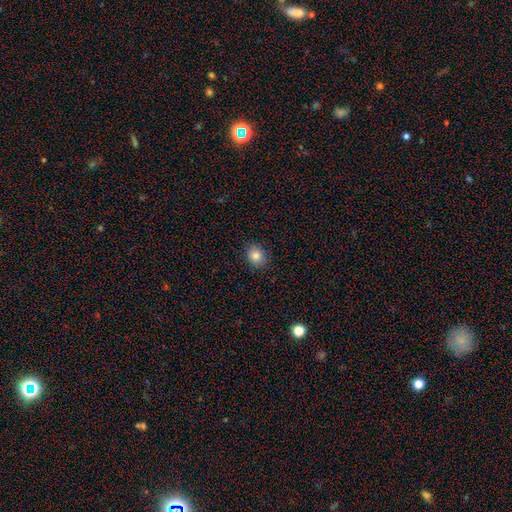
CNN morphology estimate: smooth 82%, star or artifact 10%, featured or disk 8%. Down the decision tree: how rounded — round (64%); merging — none (87%).